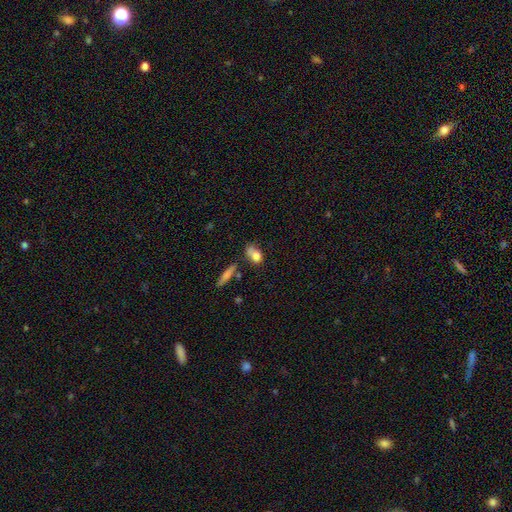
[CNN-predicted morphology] The model was most divided on "merging": none: 35%, merger: 25%, minor disturbance: 24%, major disturbance: 16%. More confident: smooth or featured — smooth (75%); how rounded — in between (68%).